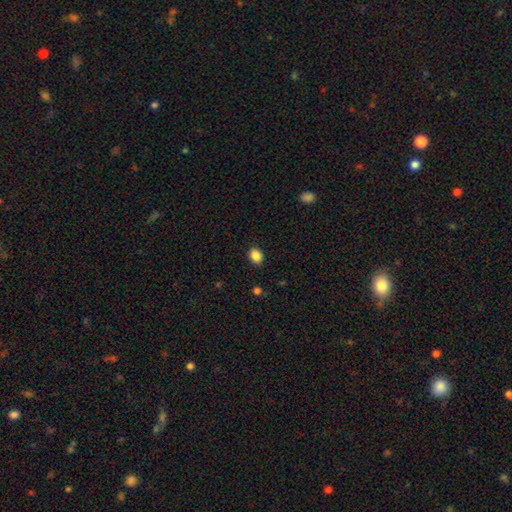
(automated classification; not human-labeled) smooth 87%, star or artifact 10%, featured or disk 4%. Down the decision tree: how rounded — in between (54%); merging — none (89%).